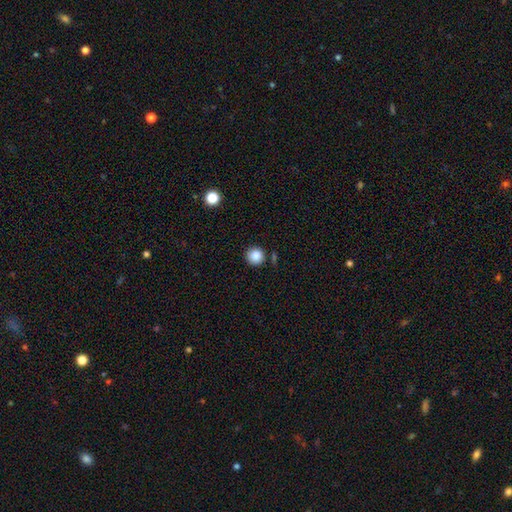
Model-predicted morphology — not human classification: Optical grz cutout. It shows a smooth galaxy with no disk features (86%) that is round (95%). Merging: none (86%).